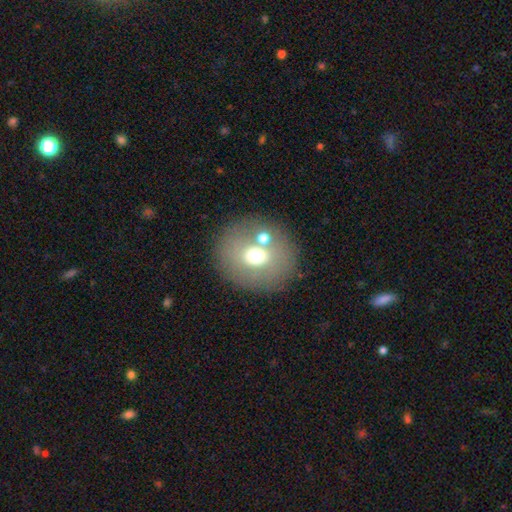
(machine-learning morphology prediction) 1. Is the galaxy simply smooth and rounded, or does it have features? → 61% smooth, 25% featured or disk, 14% star or artifact.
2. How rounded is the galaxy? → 70% round, 29% in between, 1% cigar-shaped.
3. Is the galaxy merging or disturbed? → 72% none, 12% merger, 11% minor disturbance, 5% major disturbance.